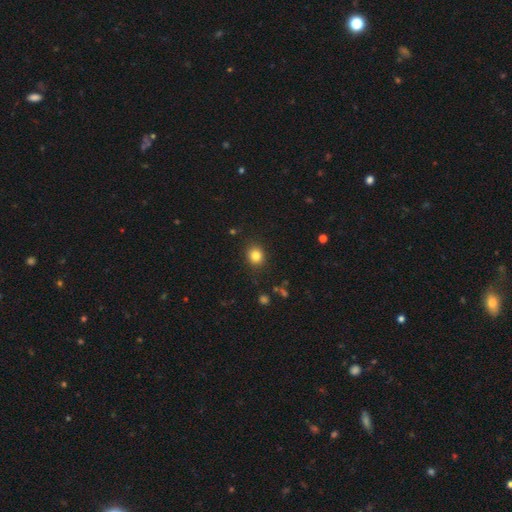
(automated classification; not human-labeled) Smooth or featured? Predicted: smooth (p=0.83). How rounded? Predicted: round (p=0.76). Merging? Predicted: none (p=0.87).